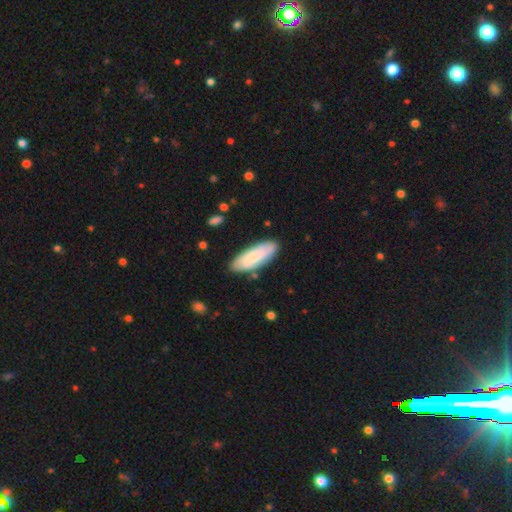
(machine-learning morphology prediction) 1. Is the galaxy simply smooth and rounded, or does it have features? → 73% smooth, 22% featured or disk, 5% star or artifact.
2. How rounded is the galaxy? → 66% in between, 32% cigar-shaped, 2% round.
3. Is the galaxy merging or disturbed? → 83% none, 12% minor disturbance, 2% merger, 2% major disturbance.